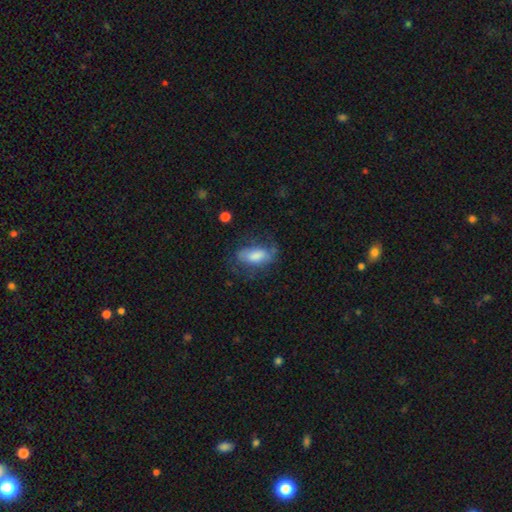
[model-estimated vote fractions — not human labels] This appears to be a smooth galaxy with no disk features (66%) that is in between round and cigar-shaped (81%). Merging: none (55%).